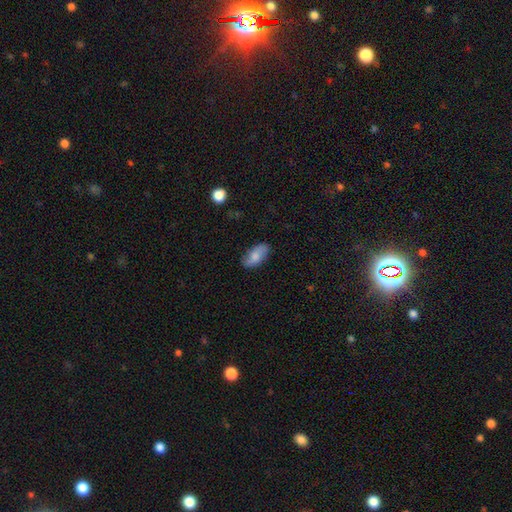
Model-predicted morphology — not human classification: Smooth or featured?
  - smooth: 72% *
  - featured or disk: 21%
  - star or artifact: 7%
How rounded?
  - in between: 91% *
  - cigar-shaped: 5%
  - round: 3%
Merging?
  - none: 79% *
  - minor disturbance: 17%
  - major disturbance: 3%
  - merger: 1%